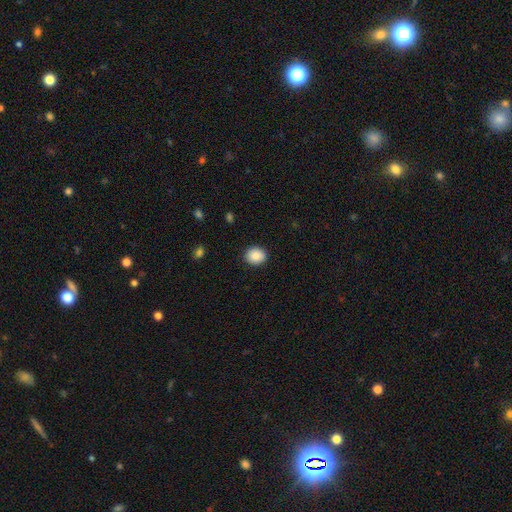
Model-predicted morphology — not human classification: Overall: smooth (89%). How rounded: round (69%; in between 31%). Merging: none (90%).